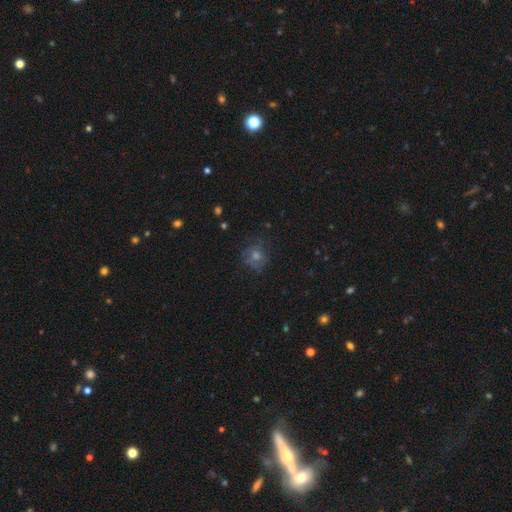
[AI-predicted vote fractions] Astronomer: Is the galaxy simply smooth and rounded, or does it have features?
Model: smooth — 51% (runner-up: star or artifact, 28%).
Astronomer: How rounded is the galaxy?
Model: round — 82%.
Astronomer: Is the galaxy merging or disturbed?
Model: none — 75%.